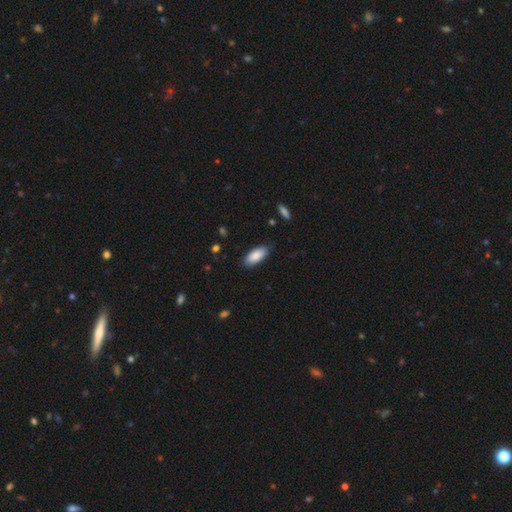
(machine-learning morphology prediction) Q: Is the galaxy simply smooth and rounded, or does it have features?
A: smooth — 87%.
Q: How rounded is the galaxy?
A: in between — 88%.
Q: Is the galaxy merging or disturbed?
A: none — 82%.